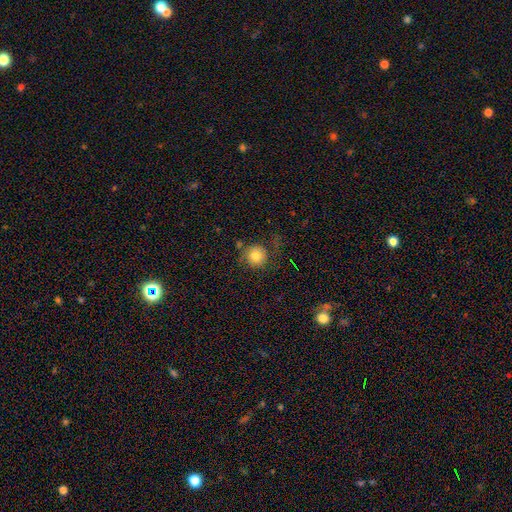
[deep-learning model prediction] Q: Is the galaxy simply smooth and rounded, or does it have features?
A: smooth — 78%.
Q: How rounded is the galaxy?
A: round — 92%.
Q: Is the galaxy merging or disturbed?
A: none — 71%.